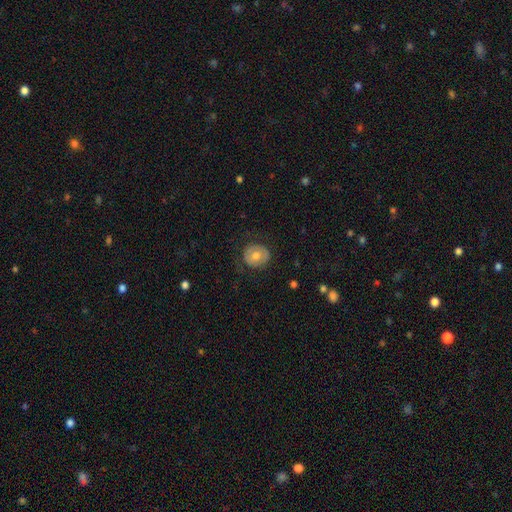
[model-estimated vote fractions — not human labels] A smooth galaxy with no disk features (58%) that is round (83%).

Vote fractions:
- Smooth or featured? smooth: 58% / featured or disk: 34% / star or artifact: 8%
- How rounded? round: 83% / in between: 16% / cigar-shaped: 1%
- Merging? none: 80% / minor disturbance: 13% / major disturbance: 5% / merger: 1%